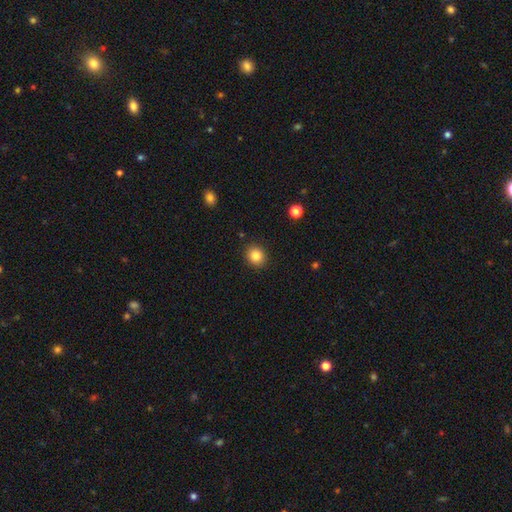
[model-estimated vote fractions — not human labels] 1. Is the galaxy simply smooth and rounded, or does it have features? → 84% smooth, 10% star or artifact, 6% featured or disk.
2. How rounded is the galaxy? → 75% round, 24% in between, 1% cigar-shaped.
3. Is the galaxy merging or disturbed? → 90% none, 7% minor disturbance, 2% major disturbance, 1% merger.